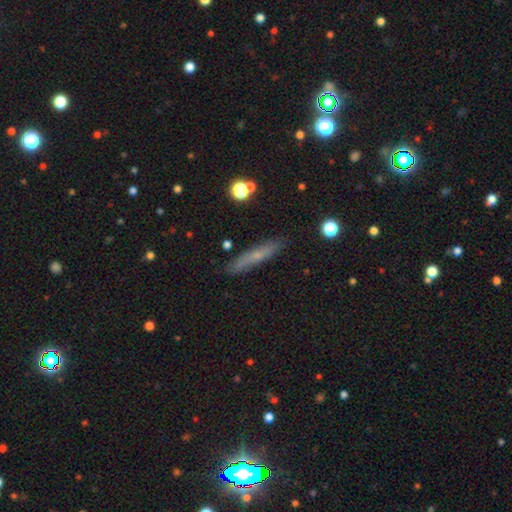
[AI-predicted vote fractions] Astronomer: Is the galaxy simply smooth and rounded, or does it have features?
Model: smooth — 53% (runner-up: featured or disk, 37%).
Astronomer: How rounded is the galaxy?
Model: cigar-shaped — 89%.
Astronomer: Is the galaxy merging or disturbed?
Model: none — 86%.